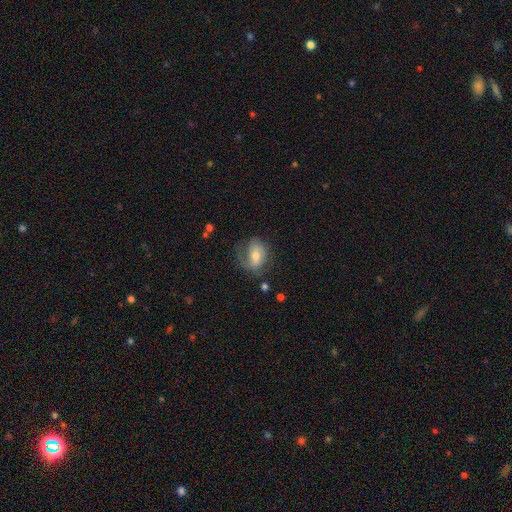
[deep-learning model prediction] Overall: featured or disk (48%; smooth 44%). Merging: none (50%; minor disturbance 25%).